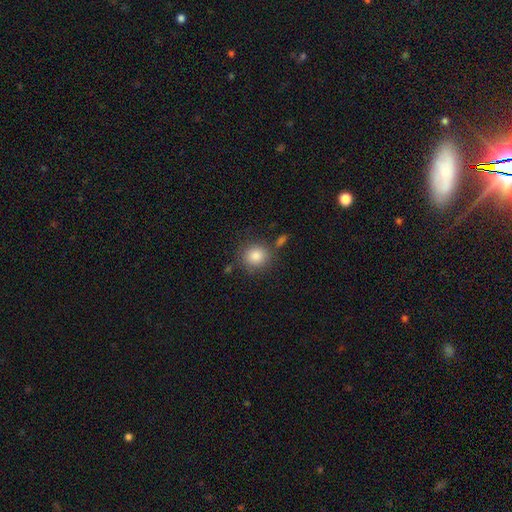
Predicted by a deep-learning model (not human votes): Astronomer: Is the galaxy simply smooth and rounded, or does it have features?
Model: smooth — 83%.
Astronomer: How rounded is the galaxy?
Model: round — 86%.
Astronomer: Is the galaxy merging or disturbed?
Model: none — 78%.